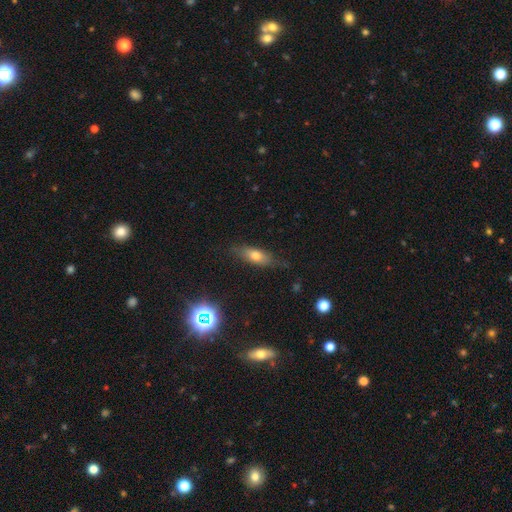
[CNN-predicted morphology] Smooth or featured? Predicted: smooth (p=0.66). How rounded? Predicted: in between (p=0.62). Merging? Predicted: none (p=0.74).